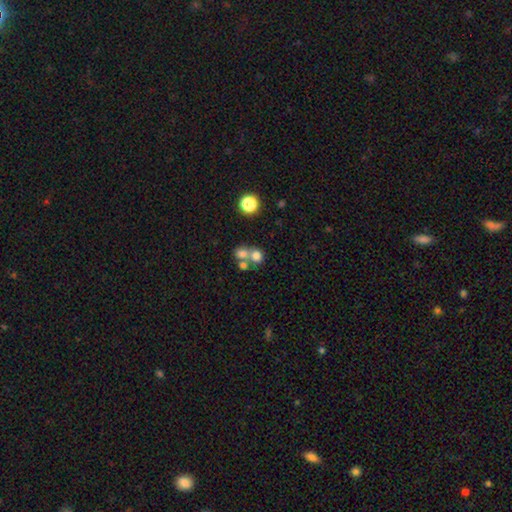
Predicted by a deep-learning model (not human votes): This is likely a smooth galaxy (72%). How rounded: likely round (73%). Merging: possibly merger (55%).